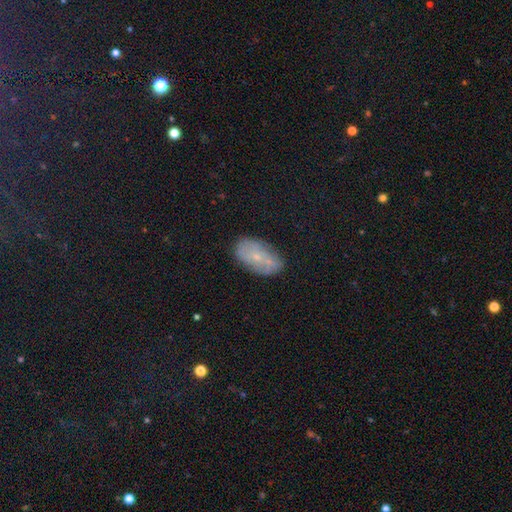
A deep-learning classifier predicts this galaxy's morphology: This is possibly a smooth galaxy (46%). Merging: likely none (72%).